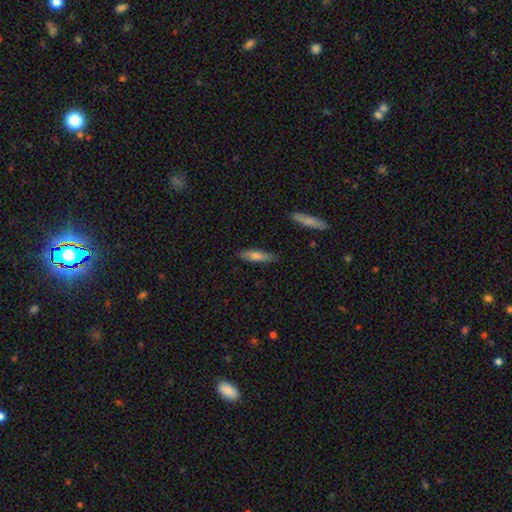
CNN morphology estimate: smooth-or-featured: smooth: 66% | featured or disk: 27% | star or artifact: 7%
  how-rounded: cigar-shaped: 69% | in between: 29% | round: 2%
  merging: none: 85% | minor disturbance: 12% | major disturbance: 2% | merger: 2%